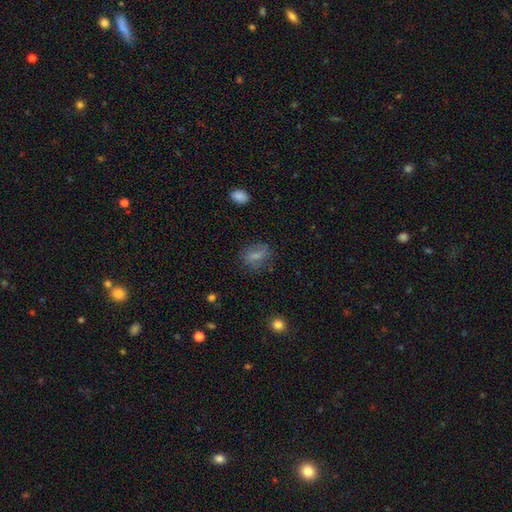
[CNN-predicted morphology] Smooth or featured: smooth — 66% (featured or disk — 23%)
How rounded: in between — 68% (round — 27%)
Merging: none — 71% (minor disturbance — 19%)